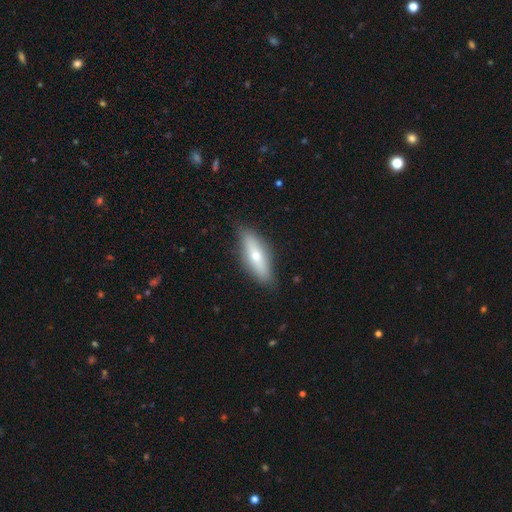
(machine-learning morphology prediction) Smooth or featured?
  - smooth: 57% *
  - featured or disk: 37%
  - star or artifact: 6%
How rounded?
  - cigar-shaped: 51% *
  - in between: 46%
  - round: 2%
Merging?
  - none: 85% *
  - minor disturbance: 11%
  - major disturbance: 2%
  - merger: 1%